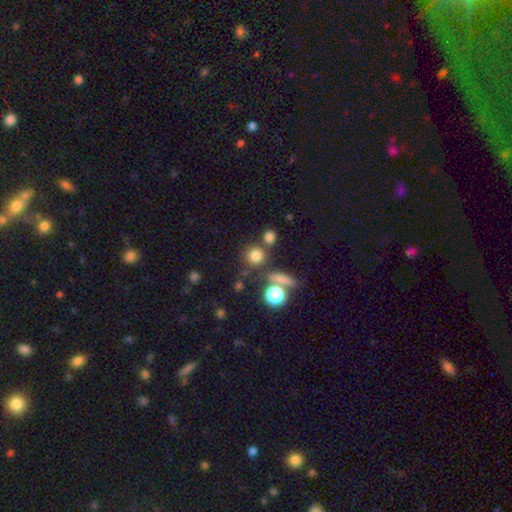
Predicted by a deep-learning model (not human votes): A smooth galaxy with no disk features (76%) that is round (88%).

Vote fractions:
- Smooth or featured? smooth: 76% / star or artifact: 16% / featured or disk: 8%
- How rounded? round: 88% / in between: 10% / cigar-shaped: 2%
- Merging? none: 69% / merger: 16% / minor disturbance: 10% / major disturbance: 5%